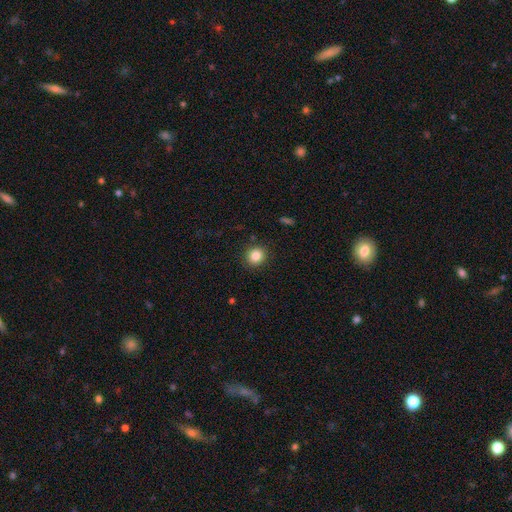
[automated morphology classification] Overall: smooth (85%). How rounded: round (86%). Merging: none (89%).